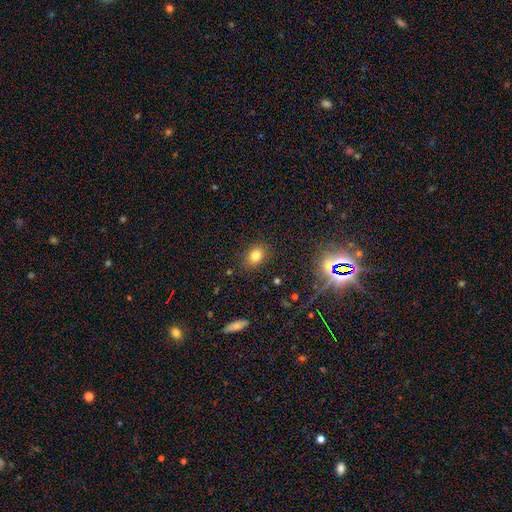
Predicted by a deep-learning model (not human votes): Smooth or featured?
  - smooth: 79% *
  - star or artifact: 13%
  - featured or disk: 8%
How rounded?
  - in between: 55% *
  - round: 43%
  - cigar-shaped: 1%
Merging?
  - none: 84% *
  - minor disturbance: 11%
  - major disturbance: 3%
  - merger: 2%